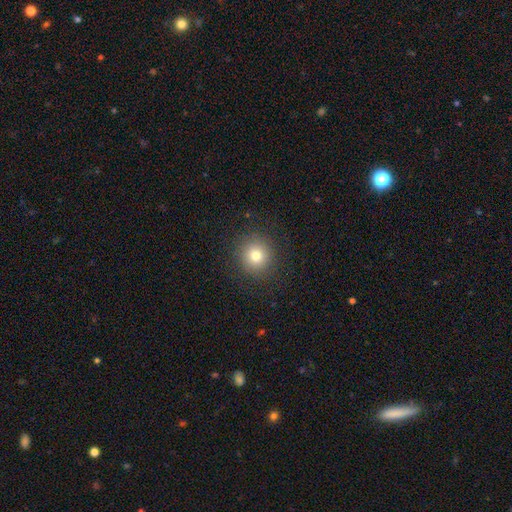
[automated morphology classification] smooth 78%, star or artifact 13%, featured or disk 9%. Down the decision tree: how rounded — round (93%); merging — none (90%).